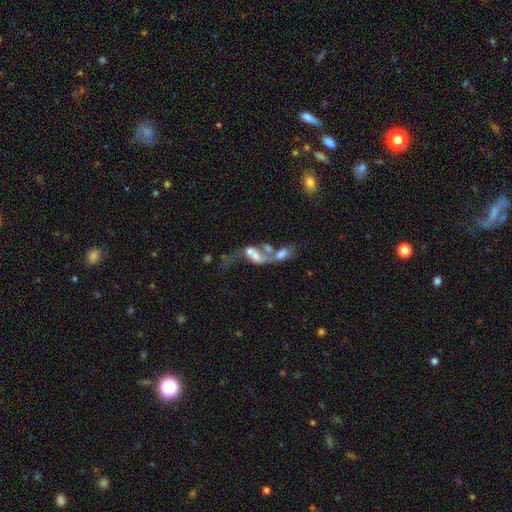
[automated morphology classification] type=featured or disk (57%); edge-on=no (95%); bar=no (72%); spiral arms=no (57%); bulge=none (31%); merging=merger (70%).